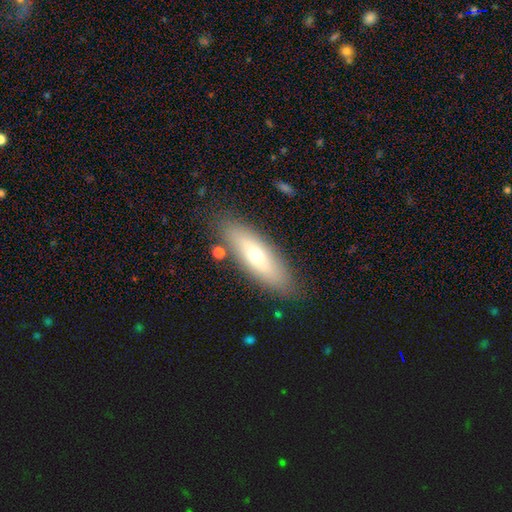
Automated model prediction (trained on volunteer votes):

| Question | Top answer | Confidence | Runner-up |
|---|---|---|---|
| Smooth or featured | smooth | 56% | featured or disk (37%) |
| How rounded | in between | 53% | cigar-shaped (45%) |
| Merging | none | 84% | minor disturbance (10%) |